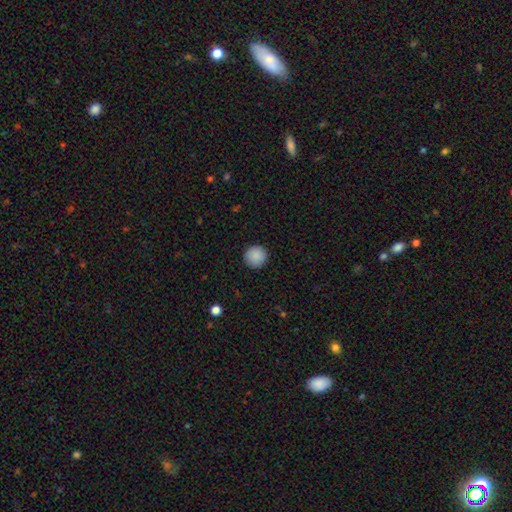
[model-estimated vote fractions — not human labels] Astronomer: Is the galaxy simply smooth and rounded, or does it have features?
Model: smooth — 89%.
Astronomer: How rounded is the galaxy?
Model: round — 95%.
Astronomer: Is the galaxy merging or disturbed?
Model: none — 92%.